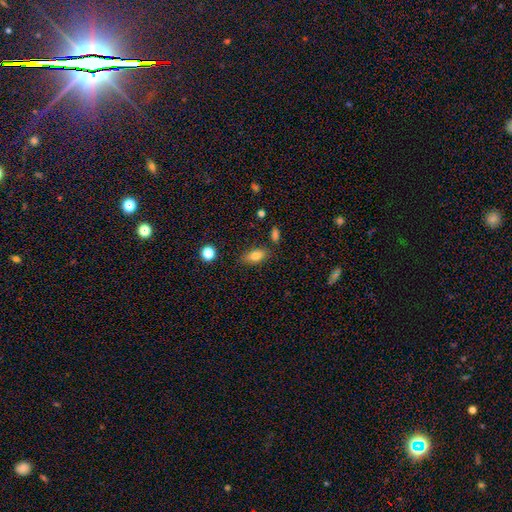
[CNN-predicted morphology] type=smooth (81%); roundness=in between (86%); merging=none (79%).